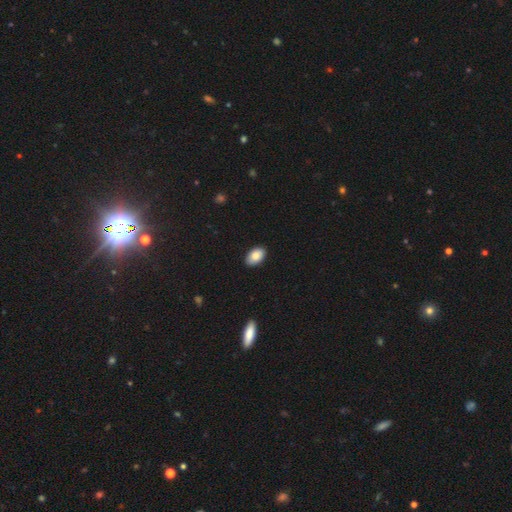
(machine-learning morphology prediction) smooth 87%, star or artifact 7%, featured or disk 7%. Down the decision tree: how rounded — in between (92%); merging — none (89%).